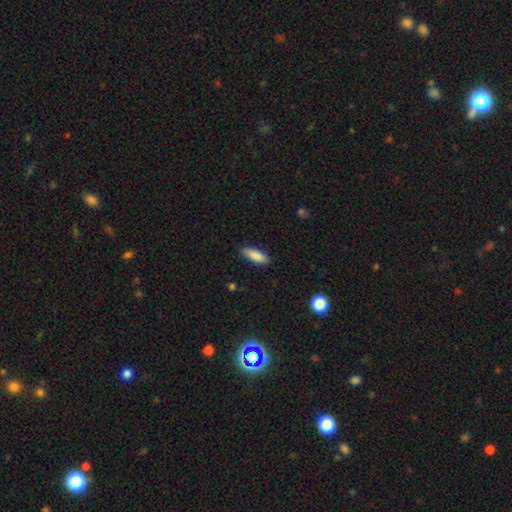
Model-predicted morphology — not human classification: Smooth or featured: smooth — 87% (star or artifact — 6%)
How rounded: in between — 60% (cigar-shaped — 38%)
Merging: none — 86% (minor disturbance — 11%)